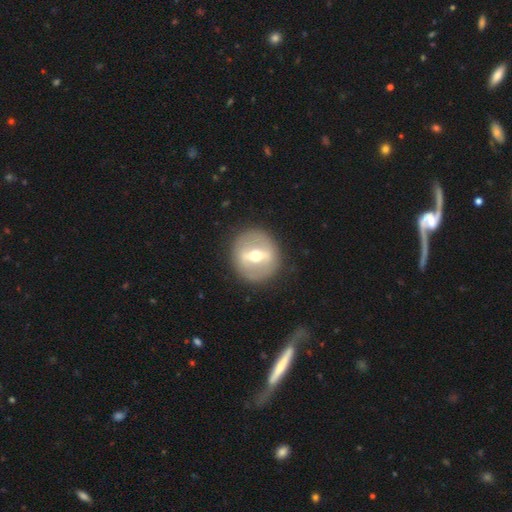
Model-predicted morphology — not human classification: type=featured or disk (69%); edge-on=no (85%); bar=strong (67%); spiral arms=no (81%); bulge=moderate (72%); merging=none (88%).